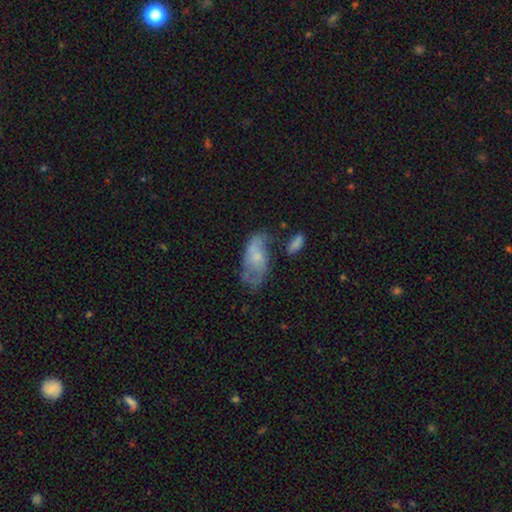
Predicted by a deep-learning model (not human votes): Q: Smooth or featured?
A: featured or disk (54%); runner-up: smooth (39%)
Q: Edge-on disk?
A: no (93%); runner-up: yes (7%)
Q: Bar?
A: no (70%); runner-up: weak (25%)
Q: Spiral arms?
A: yes (72%); runner-up: no (28%)
Q: Bulge size?
A: small (58%); runner-up: moderate (23%)
Q: Merging?
A: none (42%); runner-up: minor disturbance (27%)